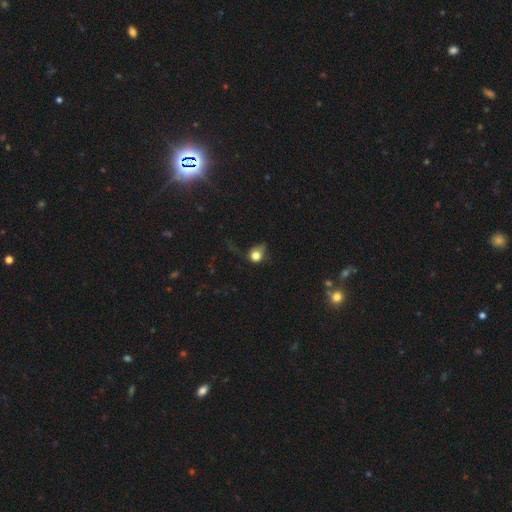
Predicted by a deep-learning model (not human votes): Morphology: type=smooth (74%); roundness=round (75%); merging=none (36%).